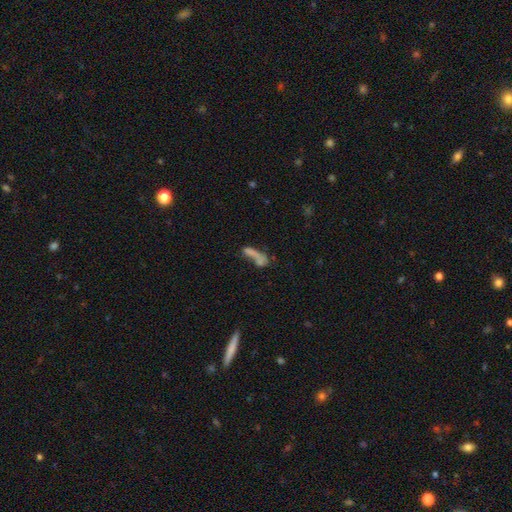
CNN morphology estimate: Q: Smooth or featured?
A: smooth (59%); runner-up: featured or disk (25%)
Q: How rounded?
A: cigar-shaped (55%); runner-up: in between (39%)
Q: Merging?
A: merger (42%); runner-up: none (30%)